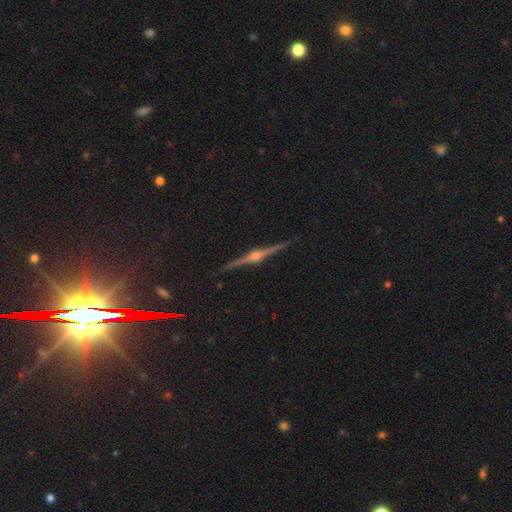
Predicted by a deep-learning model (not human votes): This appears to be a featured or disk galaxy (88%) viewed edge-on (99%) with a rounded central bulge (91%). Merging: none (93%).